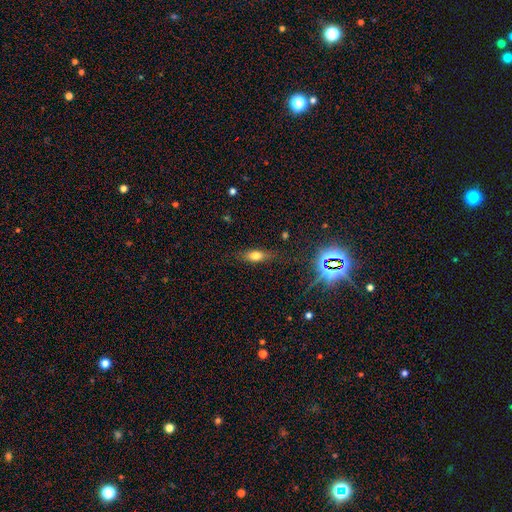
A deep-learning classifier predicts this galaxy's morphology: Smooth or featured? smooth (65%)
How rounded? in between (66%)
Merging? none (78%)